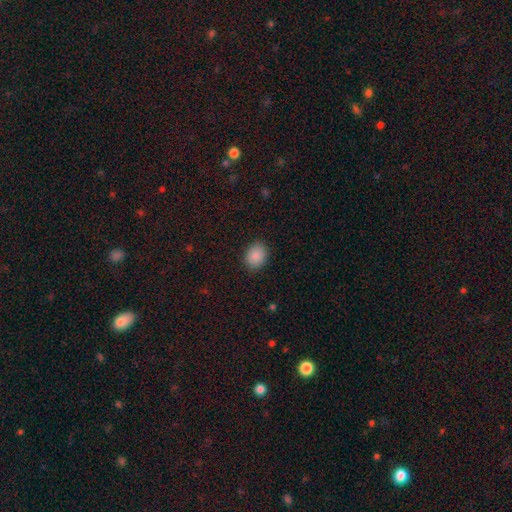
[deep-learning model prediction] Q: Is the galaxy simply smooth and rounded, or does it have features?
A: smooth — 88%.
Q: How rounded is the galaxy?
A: in between — 58%.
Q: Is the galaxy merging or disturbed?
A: none — 88%.